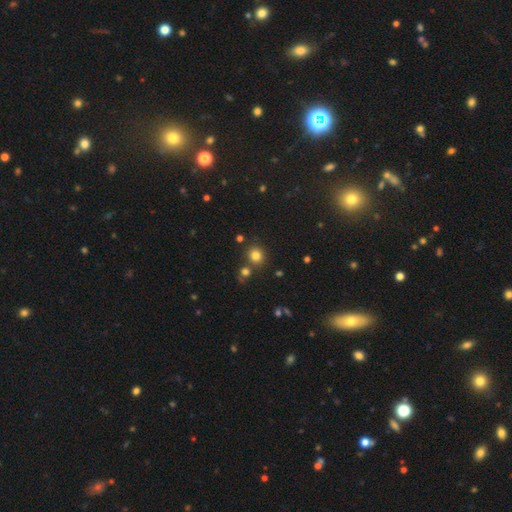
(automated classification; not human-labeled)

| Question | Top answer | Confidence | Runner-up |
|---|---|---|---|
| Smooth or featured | smooth | 79% | star or artifact (15%) |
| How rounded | round | 87% | in between (12%) |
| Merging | none | 78% | merger (12%) |